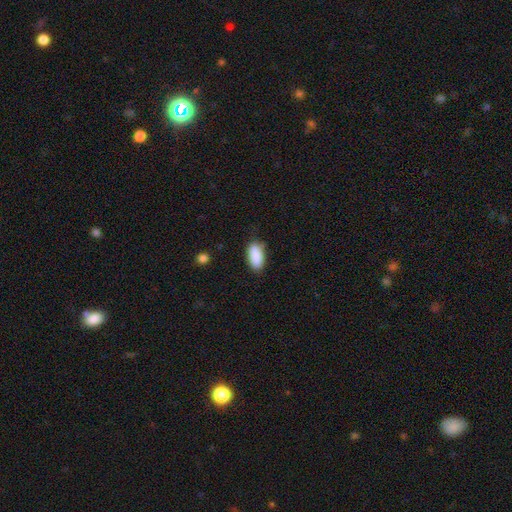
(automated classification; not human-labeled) Smooth or featured: smooth — 89% (star or artifact — 7%)
How rounded: in between — 91% (cigar-shaped — 7%)
Merging: none — 79% (minor disturbance — 16%)